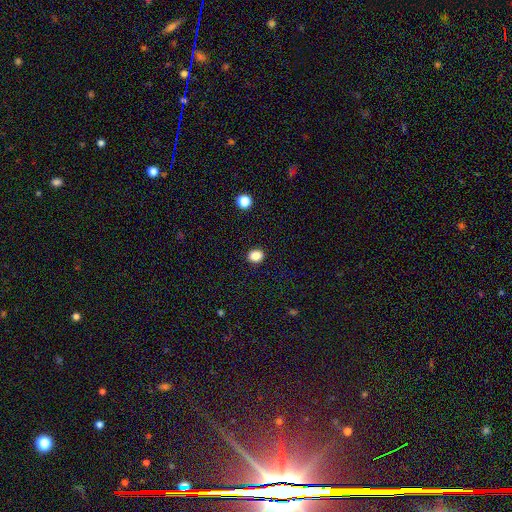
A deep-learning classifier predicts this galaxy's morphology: This appears to be a smooth galaxy with no disk features (86%) that is round (60%). Merging: none (91%).